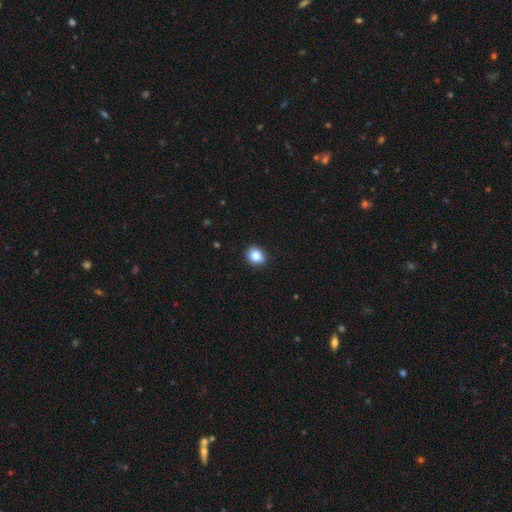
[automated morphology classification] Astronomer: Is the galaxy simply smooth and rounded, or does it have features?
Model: smooth — 84%.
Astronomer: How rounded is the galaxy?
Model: round — 62%.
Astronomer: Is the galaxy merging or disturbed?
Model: none — 89%.